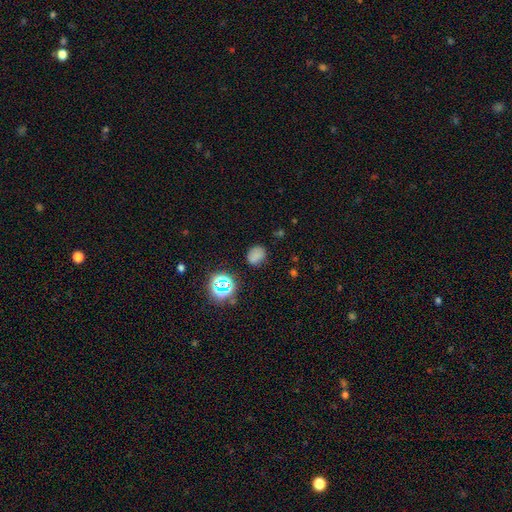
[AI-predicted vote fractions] A smooth galaxy with no disk features (69%) that is round (50%). Merging: none (75%).